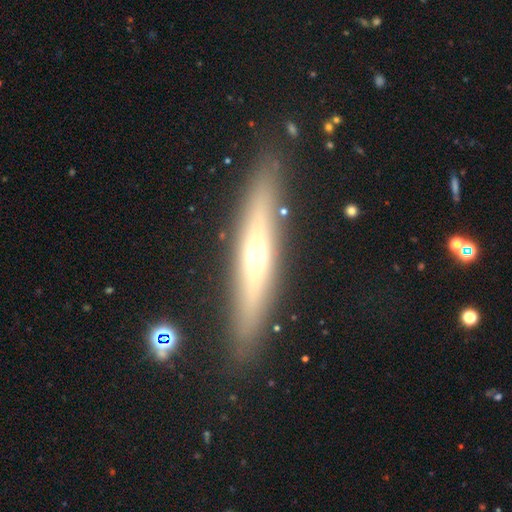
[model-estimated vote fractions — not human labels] The model was most divided on "smooth or featured": featured or disk: 57%, smooth: 34%, star or artifact: 8%. More confident: edge-on disk — yes (88%); merging — none (87%); edge-on bulge — rounded (82%).